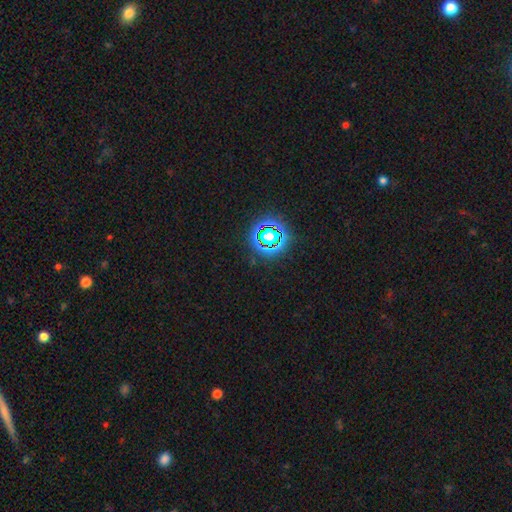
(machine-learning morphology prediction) A star or artifact, not a galaxy (79%).

Vote fractions:
- Smooth or featured? star or artifact: 79% / smooth: 14% / featured or disk: 6%